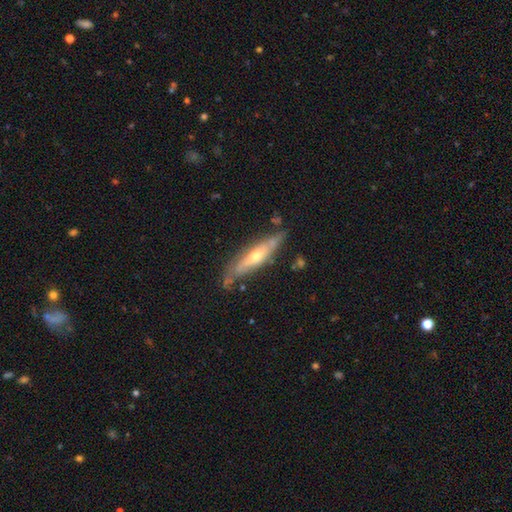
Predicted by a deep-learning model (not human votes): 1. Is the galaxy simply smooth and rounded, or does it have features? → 63% featured or disk, 31% smooth, 5% star or artifact.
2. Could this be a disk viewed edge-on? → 69% yes, 31% no.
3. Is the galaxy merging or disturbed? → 68% none, 22% minor disturbance, 6% major disturbance, 4% merger.